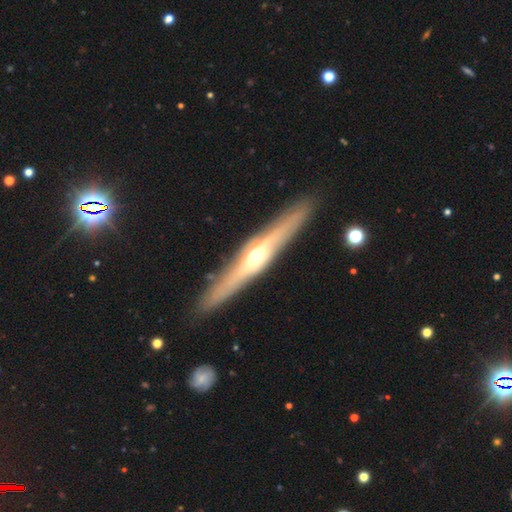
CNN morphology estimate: A featured or disk galaxy (75%) viewed edge-on (92%) with a rounded central bulge (87%).

Vote fractions:
- Smooth or featured? featured or disk: 75% / smooth: 20% / star or artifact: 6%
- Edge-on disk? yes: 92% / no: 8%
- Edge-on bulge? rounded: 87% / none: 8% / boxy: 5%
- Merging? none: 89% / minor disturbance: 8% / major disturbance: 2% / merger: 1%